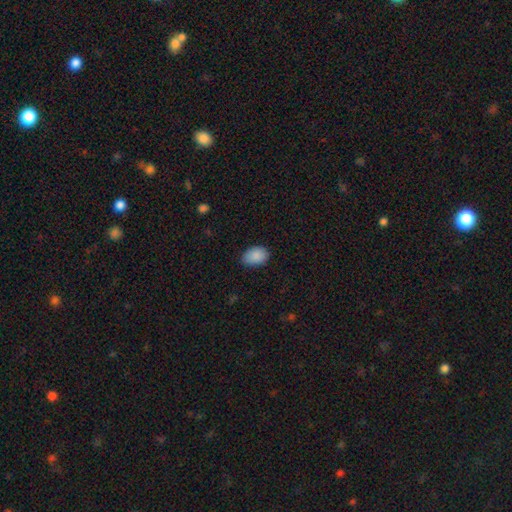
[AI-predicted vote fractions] Morphology: type=smooth (89%); roundness=in between (82%); merging=none (75%).